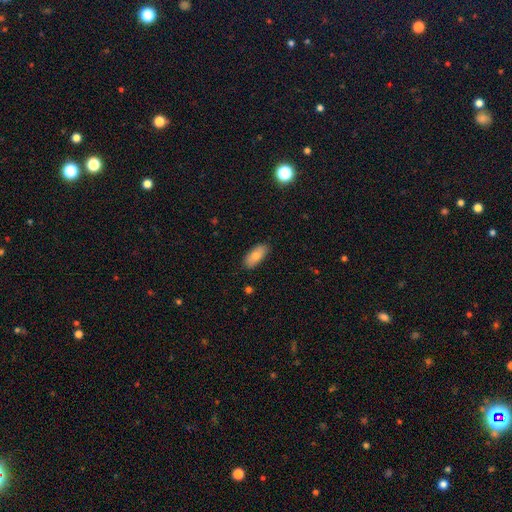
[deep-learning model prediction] Morphology: type=smooth (80%); roundness=in between (86%); merging=none (86%).